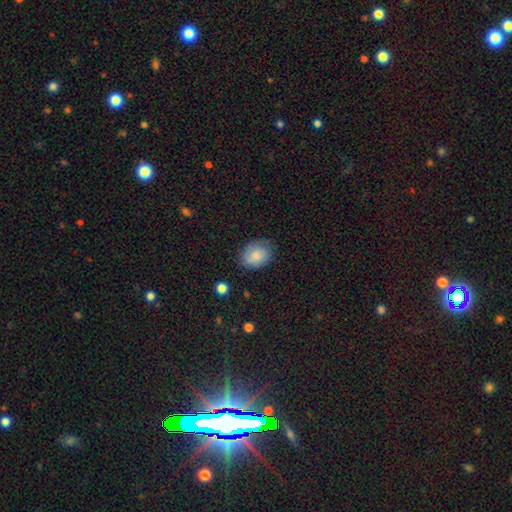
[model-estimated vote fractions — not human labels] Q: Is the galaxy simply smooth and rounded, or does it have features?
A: smooth — 79%.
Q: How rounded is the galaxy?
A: in between — 67%.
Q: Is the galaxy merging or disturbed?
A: none — 72%.